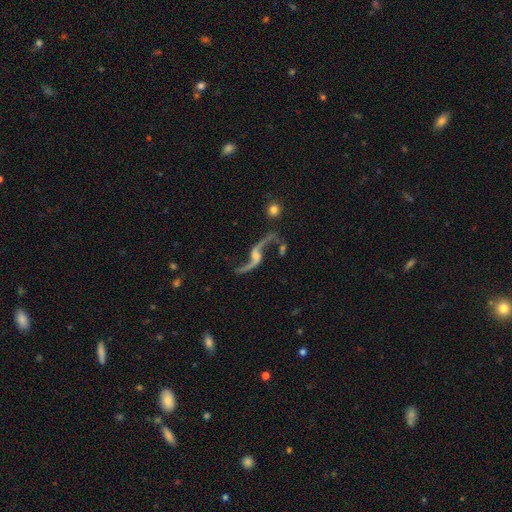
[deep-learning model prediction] This is clearly a featured or disk galaxy (91%). It is clearly not viewed edge-on (93%). Bar: possibly no (50%). Spiral arm pattern: clearly yes (97%). Spiral arm count: clearly 2 (94%). Spiral winding: clearly loose (94%). Central bulge: marginally small (40%). Merging: likely none (68%).